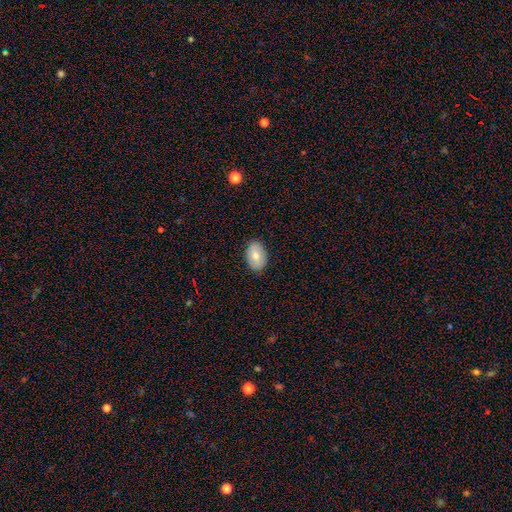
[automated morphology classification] Q: Smooth or featured?
A: smooth (77%); runner-up: featured or disk (16%)
Q: How rounded?
A: in between (88%); runner-up: round (11%)
Q: Merging?
A: none (88%); runner-up: minor disturbance (9%)